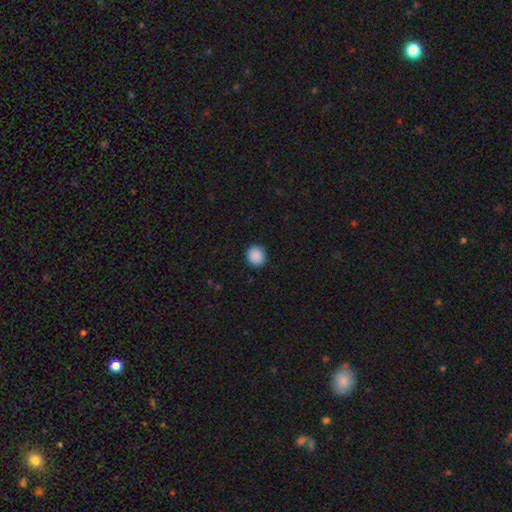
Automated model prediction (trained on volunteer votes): Smooth or featured?
  - smooth: 89% *
  - star or artifact: 9%
  - featured or disk: 2%
How rounded?
  - round: 87% *
  - in between: 12%
  - cigar-shaped: 1%
Merging?
  - none: 91% *
  - minor disturbance: 6%
  - major disturbance: 2%
  - merger: 1%